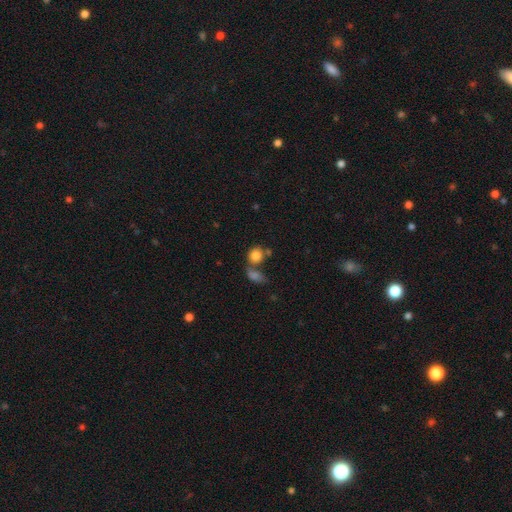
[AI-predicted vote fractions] This is clearly a smooth galaxy (82%). How rounded: likely round (77%). Merging: marginally none (42%, tied with merger).